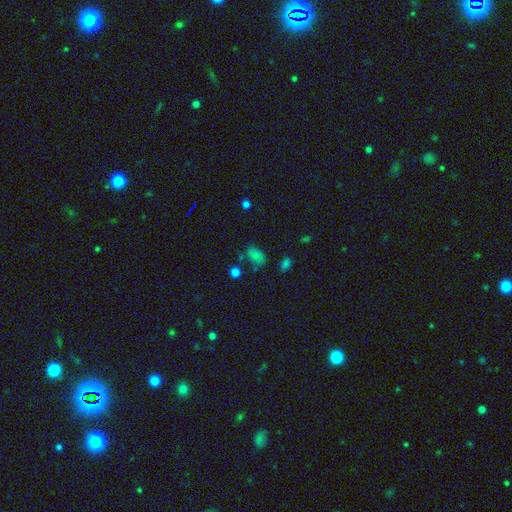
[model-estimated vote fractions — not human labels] The model was most divided on "merging": none: 55%, minor disturbance: 23%, major disturbance: 11%, merger: 10%. More confident: how rounded — in between (80%); smooth or featured — smooth (73%).